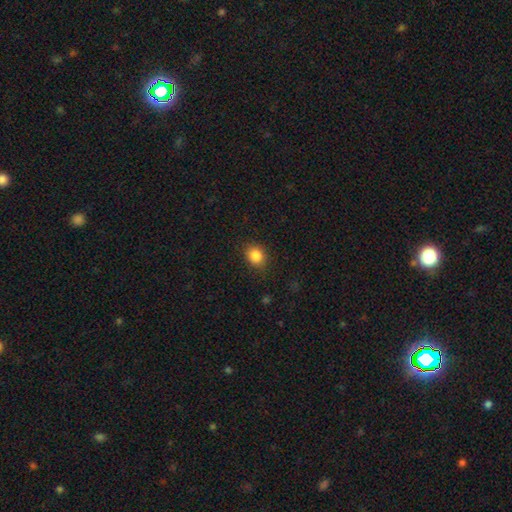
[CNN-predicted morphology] A smooth galaxy with no disk features (85%) that is round (64%).

Vote fractions:
- Smooth or featured? smooth: 85% / star or artifact: 10% / featured or disk: 5%
- How rounded? round: 64% / in between: 35% / cigar-shaped: 1%
- Merging? none: 86% / minor disturbance: 10% / major disturbance: 3% / merger: 1%